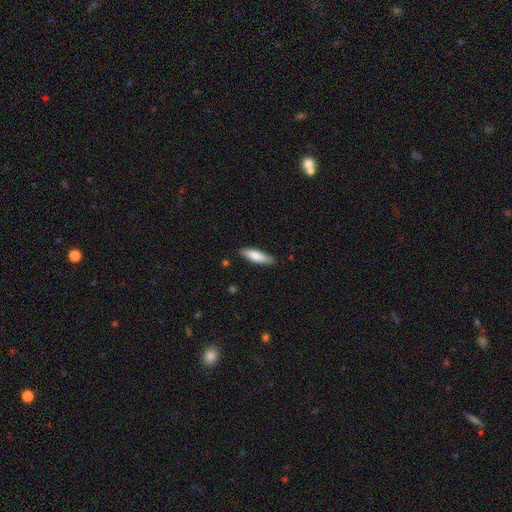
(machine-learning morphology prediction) The model was most divided on "how rounded": cigar-shaped: 57%, in between: 42%, round: 2%. More confident: merging — none (84%); smooth or featured — smooth (80%).